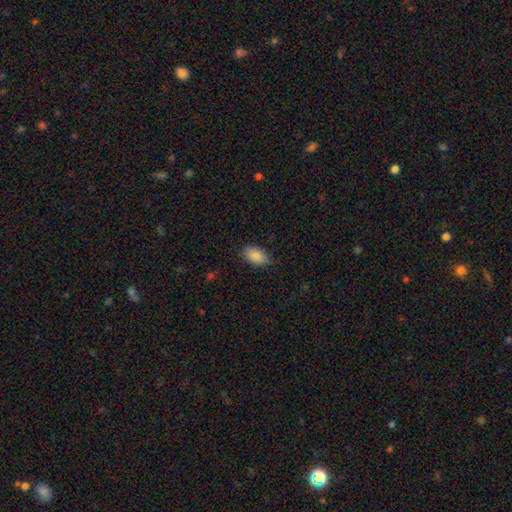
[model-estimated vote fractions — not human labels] smooth-or-featured: smooth: 88% | star or artifact: 7% | featured or disk: 5%
  how-rounded: in between: 91% | round: 8% | cigar-shaped: 1%
  merging: none: 80% | minor disturbance: 16% | major disturbance: 3% | merger: 1%